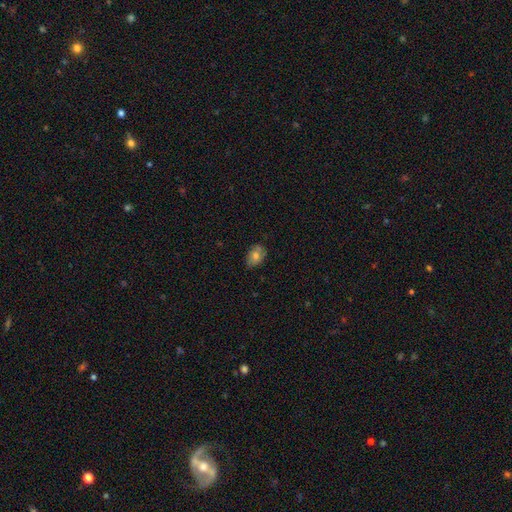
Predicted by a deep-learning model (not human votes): Overall: smooth (71%). How rounded: in between (80%). Merging: none (72%).